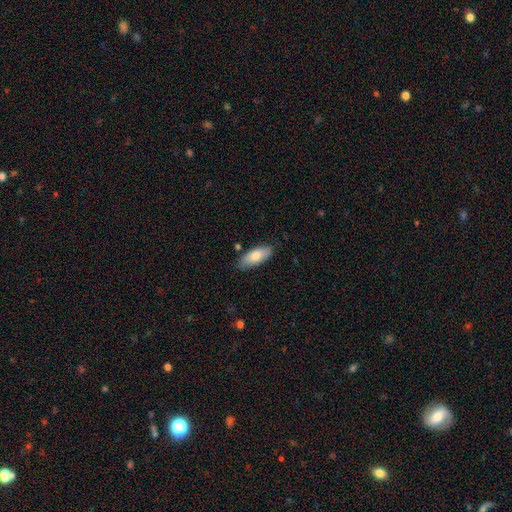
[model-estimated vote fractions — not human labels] smooth-or-featured: smooth: 77% | featured or disk: 17% | star or artifact: 6%
  how-rounded: in between: 81% | cigar-shaped: 17% | round: 2%
  merging: none: 80% | minor disturbance: 15% | major disturbance: 2% | merger: 2%